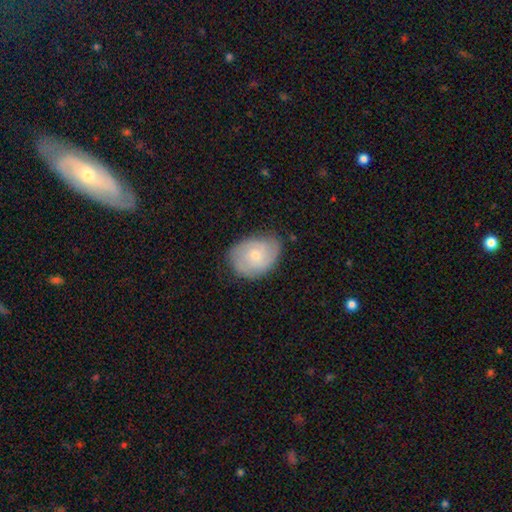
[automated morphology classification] smooth_or_featured: featured or disk (p=0.56) [alt: smooth p=0.38]
disk_edge_on: no (p=0.97) [alt: yes p=0.03]
bar: no (p=0.78) [alt: weak p=0.20]
has_spiral_arms: yes (p=0.82) [alt: no p=0.18]
bulge_size: small (p=0.58) [alt: moderate p=0.38]
merging: none (p=0.70) [alt: minor disturbance p=0.23]